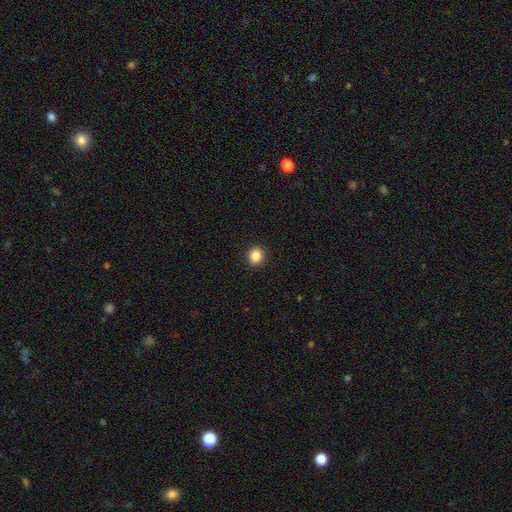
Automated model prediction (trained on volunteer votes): Overall: smooth (86%). How rounded: round (65%; in between 34%). Merging: none (91%).